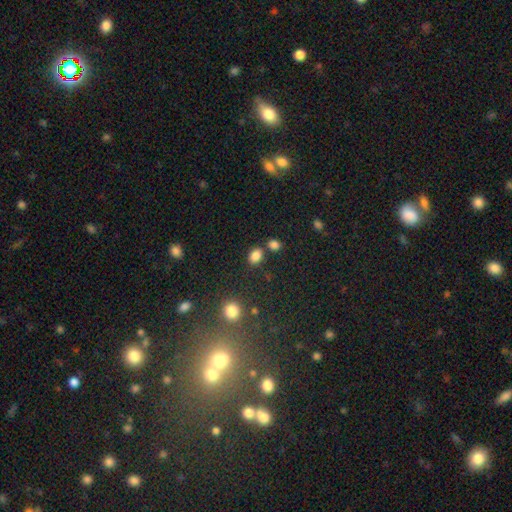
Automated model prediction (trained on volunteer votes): smooth_or_featured: smooth (p=0.84) [alt: star or artifact p=0.11]
how_rounded: in between (p=0.70) [alt: round p=0.29]
merging: none (p=0.70) [alt: merger p=0.16]